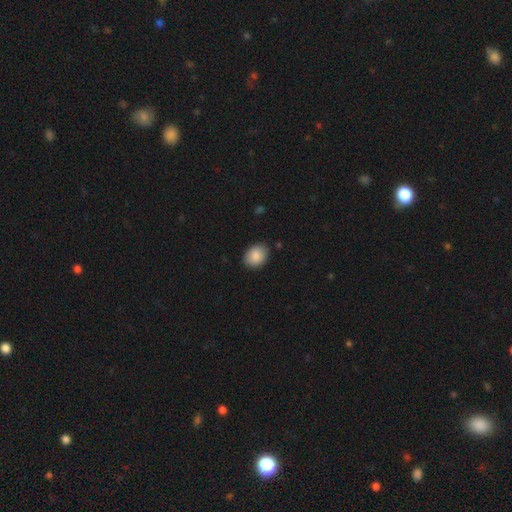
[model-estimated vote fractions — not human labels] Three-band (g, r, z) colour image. It shows a smooth galaxy with no disk features (89%) that is in between round and cigar-shaped (56%). Merging: none (87%).